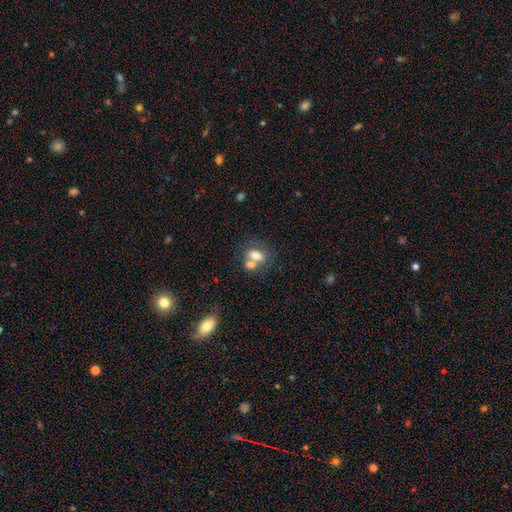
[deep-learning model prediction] smooth-or-featured: smooth: 71% | featured or disk: 20% | star or artifact: 9%
  how-rounded: in between: 74% | round: 23% | cigar-shaped: 3%
  merging: merger: 51% | none: 34% | minor disturbance: 10% | major disturbance: 5%